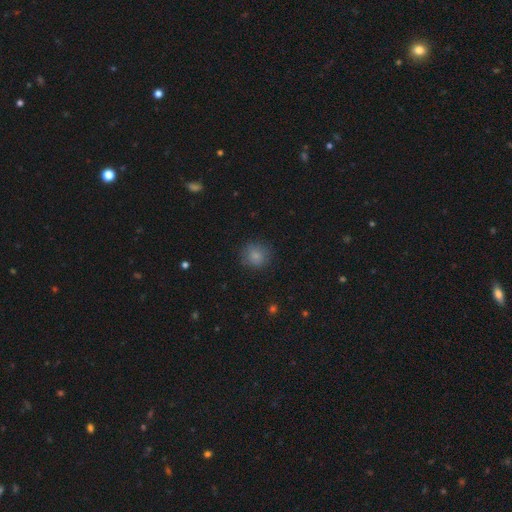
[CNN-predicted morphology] type=smooth (83%); roundness=round (87%); merging=none (81%).